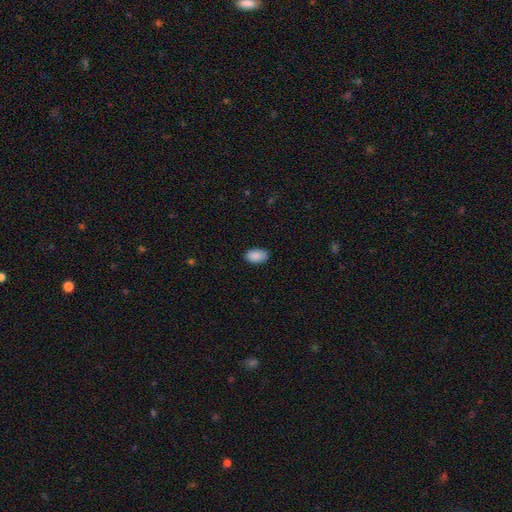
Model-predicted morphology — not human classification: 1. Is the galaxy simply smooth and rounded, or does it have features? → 90% smooth, 7% star or artifact, 4% featured or disk.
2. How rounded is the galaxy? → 93% in between, 5% round, 1% cigar-shaped.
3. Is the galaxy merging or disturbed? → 85% none, 12% minor disturbance, 2% major disturbance, 1% merger.